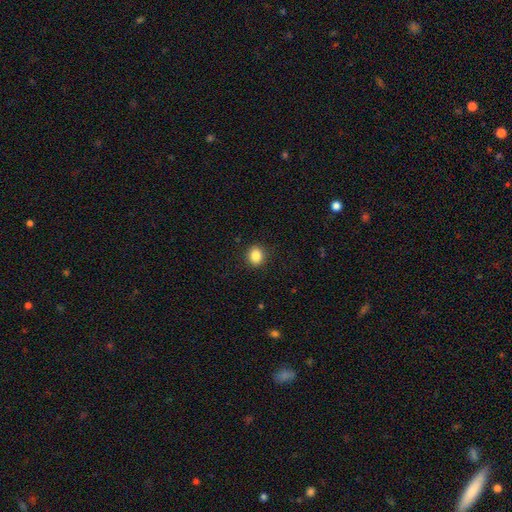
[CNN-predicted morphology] A smooth galaxy with no disk features (86%) that is round (62%).

Vote fractions:
- Smooth or featured? smooth: 86% / star or artifact: 9% / featured or disk: 4%
- How rounded? round: 62% / in between: 37% / cigar-shaped: 1%
- Merging? none: 90% / minor disturbance: 7% / major disturbance: 2% / merger: 1%